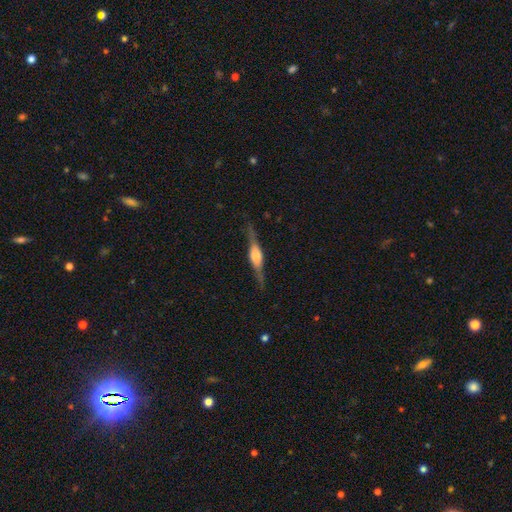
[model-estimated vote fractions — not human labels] A featured or disk galaxy (76%) viewed edge-on (97%) with a rounded central bulge (76%).

Vote fractions:
- Smooth or featured? featured or disk: 76% / smooth: 19% / star or artifact: 6%
- Edge-on disk? yes: 97% / no: 3%
- Edge-on bulge? rounded: 76% / boxy: 21% / none: 3%
- Merging? none: 84% / minor disturbance: 12% / major disturbance: 4% / merger: 1%